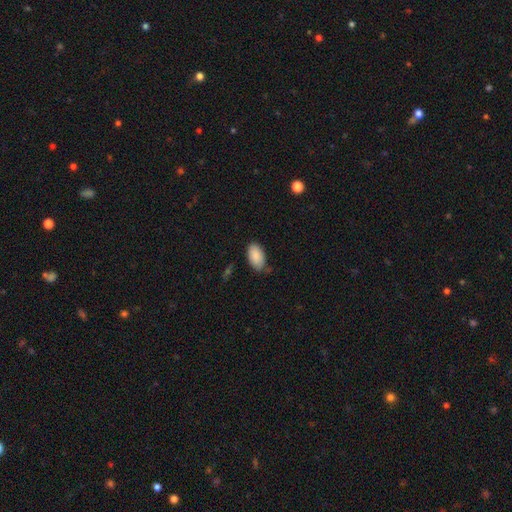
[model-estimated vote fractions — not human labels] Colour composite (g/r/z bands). It shows a smooth galaxy with no disk features (88%) that is in between round and cigar-shaped (95%). Merging: none (71%).